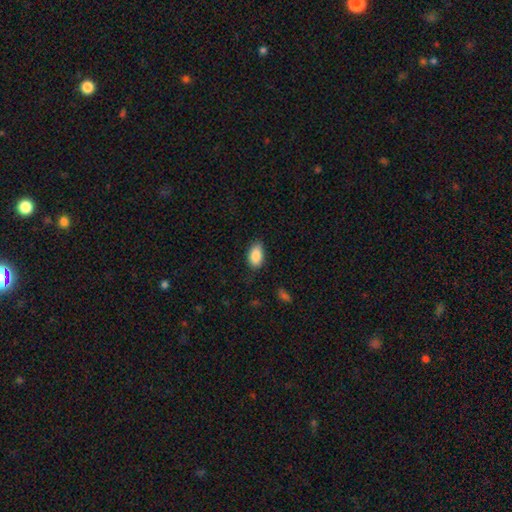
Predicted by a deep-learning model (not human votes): The model was most divided on "merging": none: 80%, minor disturbance: 16%, major disturbance: 3%, merger: 1%. More confident: how rounded — in between (93%); smooth or featured — smooth (88%).